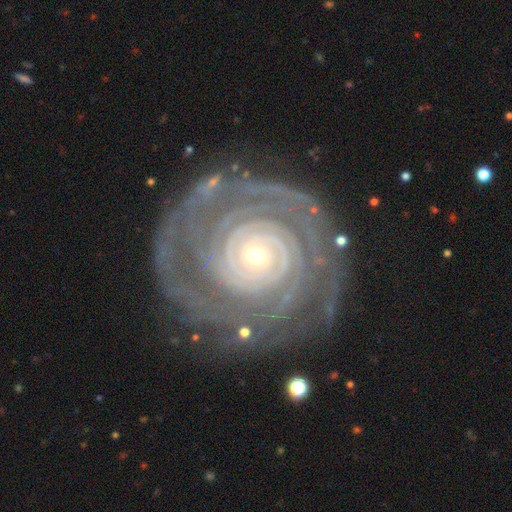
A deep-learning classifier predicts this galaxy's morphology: Q: Smooth or featured?
A: featured or disk (89%); runner-up: smooth (6%)
Q: Edge-on disk?
A: no (97%); runner-up: yes (3%)
Q: Bar?
A: no (81%); runner-up: weak (12%)
Q: Spiral arms?
A: yes (97%); runner-up: no (3%)
Q: Spiral winding?
A: tight (87%); runner-up: medium (11%)
Q: Spiral arm count?
A: can't tell (24%); runner-up: 2 (22%)
Q: Bulge size?
A: small (74%); runner-up: moderate (22%)
Q: Merging?
A: none (78%); runner-up: minor disturbance (14%)